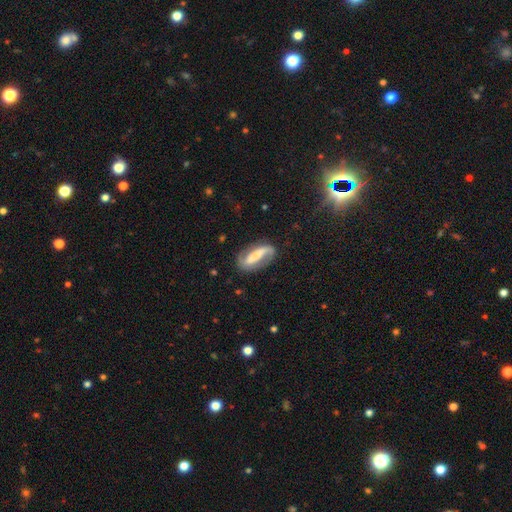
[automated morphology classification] Overall: featured or disk (71%). Edge-on disk: no (90%). Bar: strong (62%; weak 23%). Spiral arms: yes (88%). Spiral arm count: 2 (84%). Spiral winding: loose (40%; medium 37%). Bulge size: small (36%; moderate 34%). Merging: none (73%).